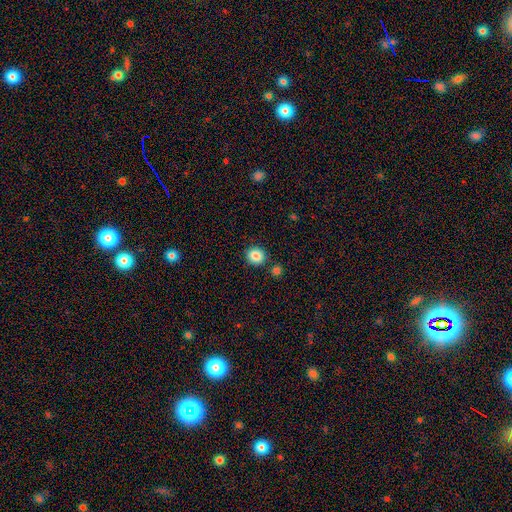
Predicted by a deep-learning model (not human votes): Overall: smooth (86%). How rounded: round (84%). Merging: none (84%).